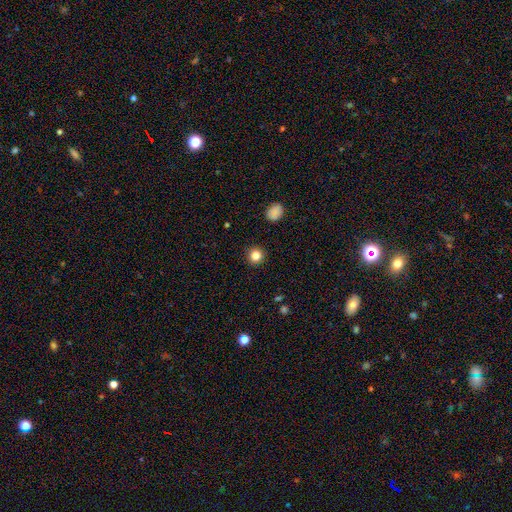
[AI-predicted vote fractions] smooth-or-featured: smooth: 83% | star or artifact: 12% | featured or disk: 5%
  how-rounded: round: 93% | in between: 6% | cigar-shaped: 1%
  merging: none: 92% | minor disturbance: 5% | major disturbance: 2% | merger: 1%